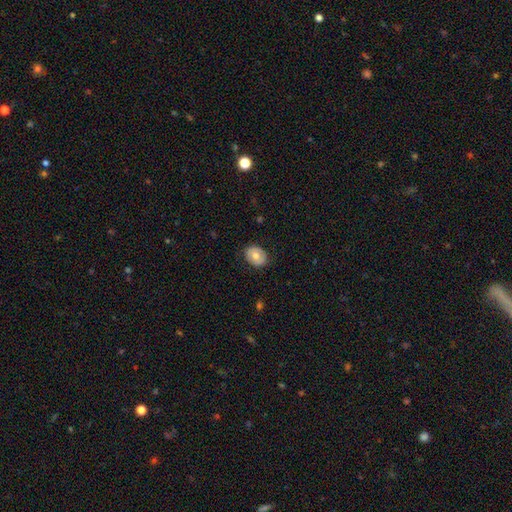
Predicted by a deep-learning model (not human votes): This appears to be a smooth galaxy with no disk features (67%) that is in between round and cigar-shaped (55%). Merging: none (83%).